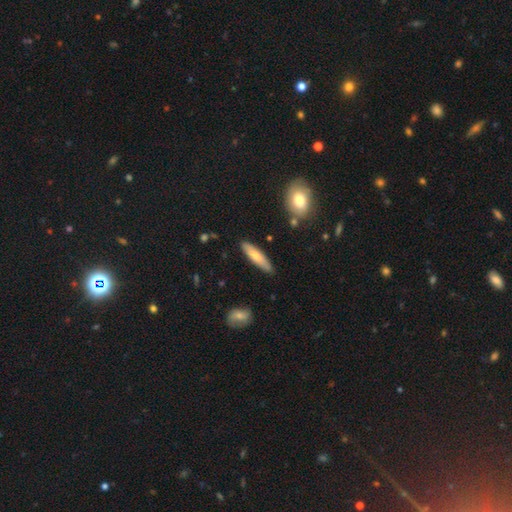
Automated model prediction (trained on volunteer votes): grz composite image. It shows a smooth galaxy with no disk features (69%) that is cigar-shaped (75%). Merging: none (85%).